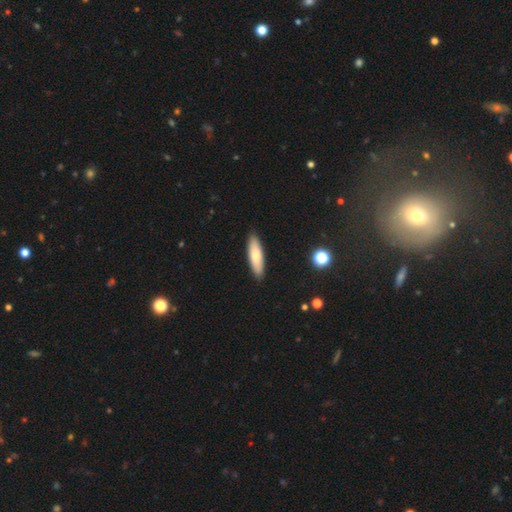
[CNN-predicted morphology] Overall: smooth (74%). How rounded: cigar-shaped (60%; in between 38%). Merging: none (90%).